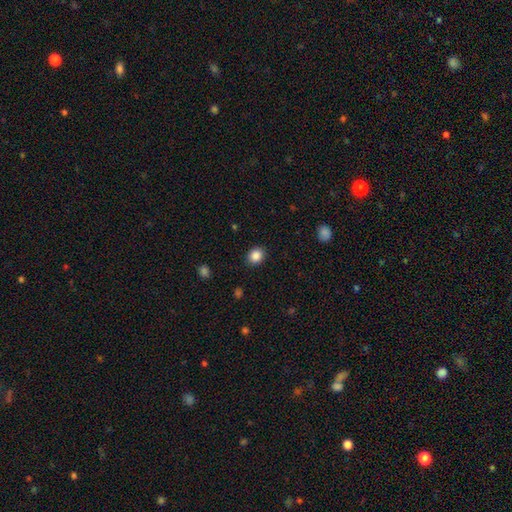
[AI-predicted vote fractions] Smooth or featured?
  - smooth: 87% *
  - star or artifact: 10%
  - featured or disk: 3%
How rounded?
  - round: 72% *
  - in between: 27%
  - cigar-shaped: 1%
Merging?
  - none: 88% *
  - minor disturbance: 8%
  - major disturbance: 3%
  - merger: 1%